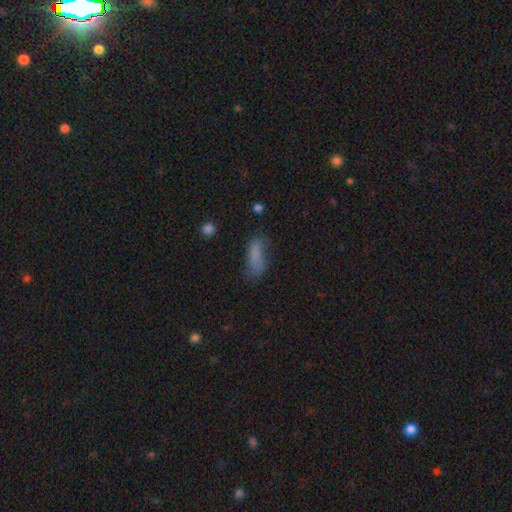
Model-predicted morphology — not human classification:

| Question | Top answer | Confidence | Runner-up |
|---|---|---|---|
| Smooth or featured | smooth | 77% | featured or disk (12%) |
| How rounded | in between | 70% | cigar-shaped (27%) |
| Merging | none | 50% | minor disturbance (29%) |